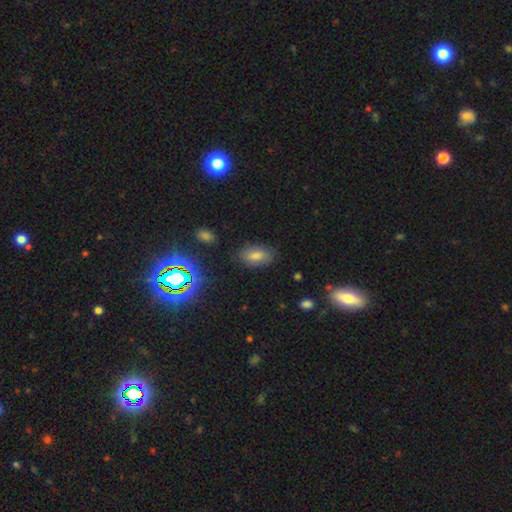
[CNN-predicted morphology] This is likely a smooth galaxy (67%). How rounded: clearly in between (89%). Merging: clearly none (82%).